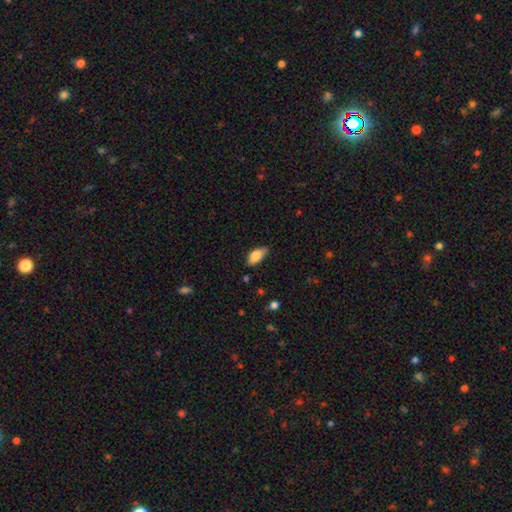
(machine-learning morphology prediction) Overall: smooth (82%). How rounded: in between (88%). Merging: none (71%).